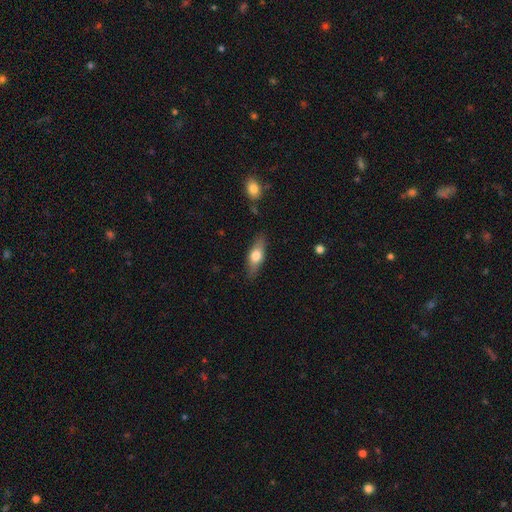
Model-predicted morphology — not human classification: This appears to be a smooth galaxy with no disk features (59%) that is in between round and cigar-shaped (61%). Merging: none (83%).